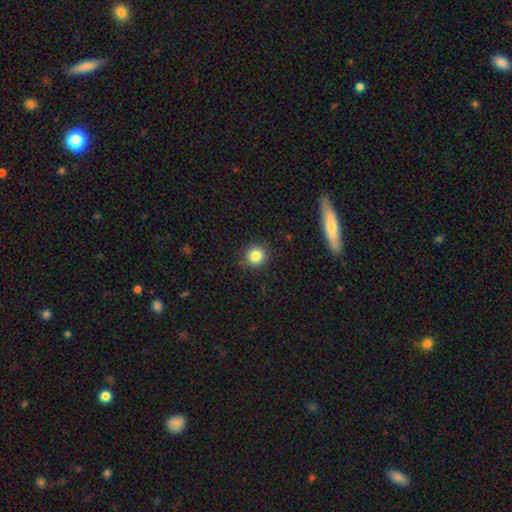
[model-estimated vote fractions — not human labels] This is clearly a smooth galaxy (83%). How rounded: clearly round (92%). Merging: clearly none (88%).